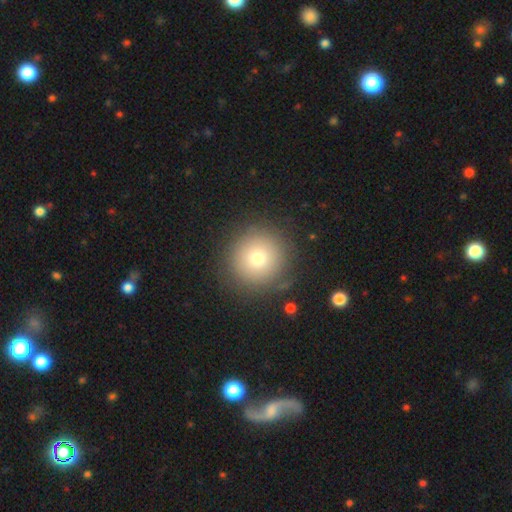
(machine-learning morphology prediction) smooth_or_featured: smooth (p=0.74) [alt: star or artifact p=0.14]
how_rounded: round (p=0.95) [alt: in between p=0.04]
merging: none (p=0.88) [alt: minor disturbance p=0.07]